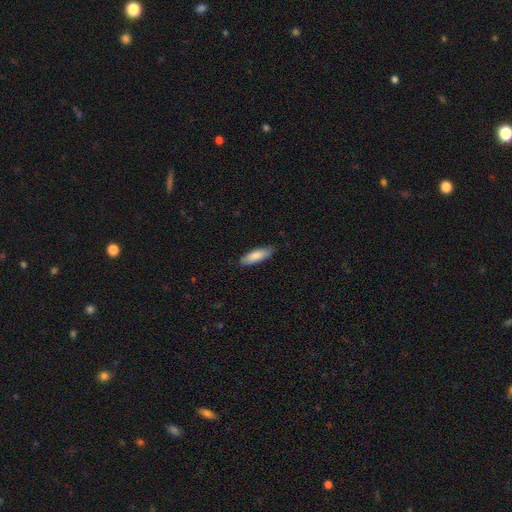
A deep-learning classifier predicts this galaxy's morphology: This appears to be a smooth galaxy with no disk features (83%) that is in between round and cigar-shaped (50%). Merging: none (83%).